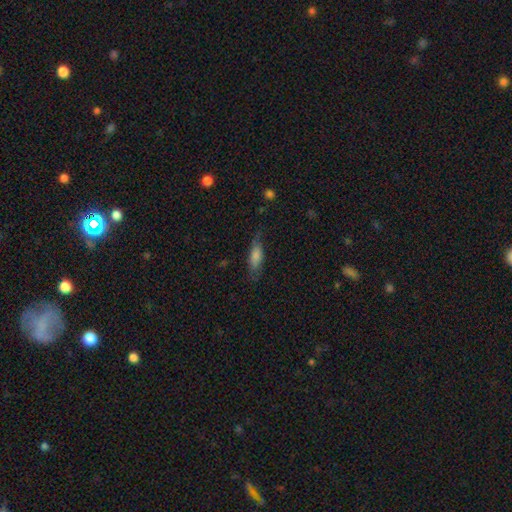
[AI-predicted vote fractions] Smooth or featured? smooth (65%)
How rounded? in between (54%)
Merging? none (68%)